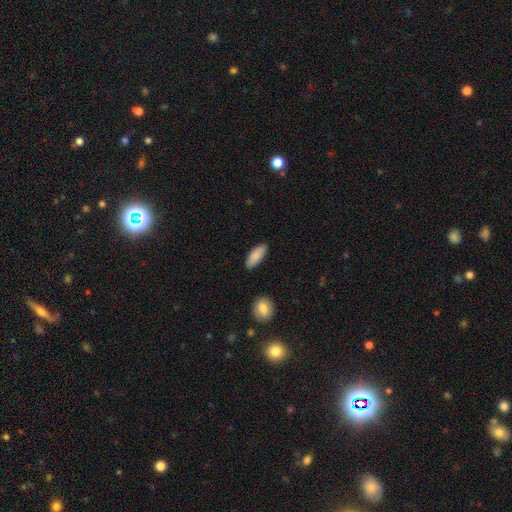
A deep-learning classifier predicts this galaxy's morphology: This is clearly a smooth galaxy (87%). How rounded: likely in between (78%). Merging: clearly none (86%).